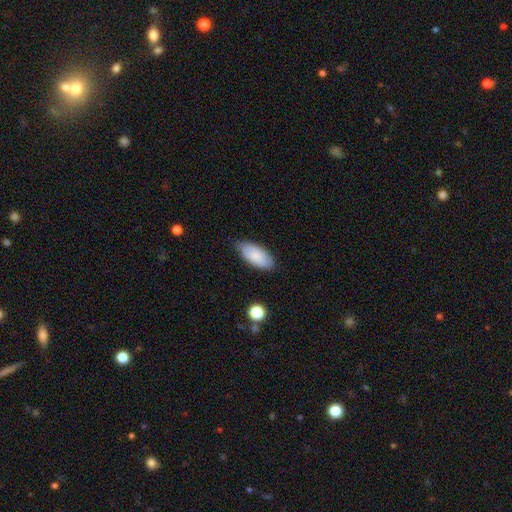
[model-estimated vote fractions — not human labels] Smooth or featured?
  - smooth: 82% *
  - featured or disk: 12%
  - star or artifact: 6%
How rounded?
  - in between: 91% *
  - cigar-shaped: 8%
  - round: 2%
Merging?
  - none: 78% *
  - minor disturbance: 18%
  - major disturbance: 3%
  - merger: 1%